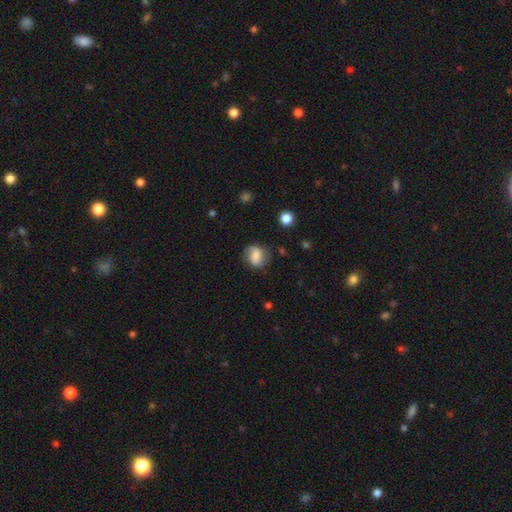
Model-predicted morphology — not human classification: smooth_or_featured: smooth (p=0.55) [alt: featured or disk p=0.36]
how_rounded: round (p=0.63) [alt: in between p=0.35]
merging: none (p=0.66) [alt: minor disturbance p=0.22]